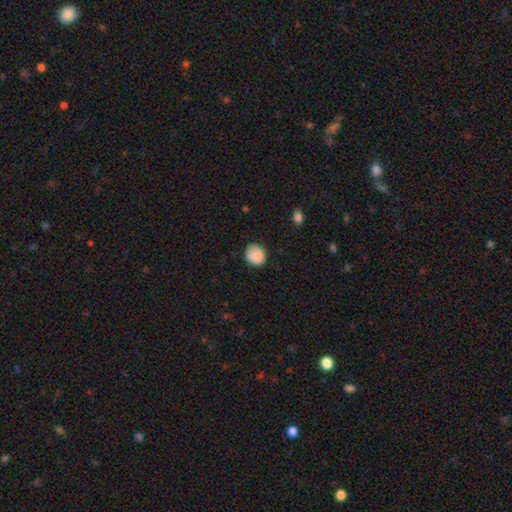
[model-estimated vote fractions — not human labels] smooth-or-featured: smooth: 87% | star or artifact: 8% | featured or disk: 5%
  how-rounded: round: 79% | in between: 20% | cigar-shaped: 1%
  merging: none: 78% | minor disturbance: 17% | major disturbance: 4% | merger: 1%